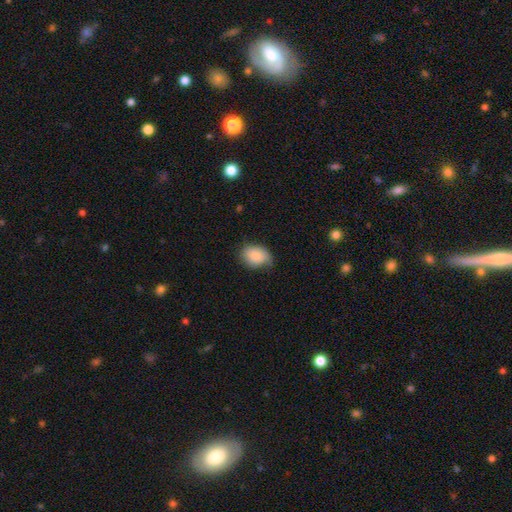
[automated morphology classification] Smooth or featured?
  - smooth: 85% *
  - featured or disk: 9%
  - star or artifact: 7%
How rounded?
  - in between: 64% *
  - round: 35%
  - cigar-shaped: 1%
Merging?
  - none: 53% *
  - minor disturbance: 35%
  - major disturbance: 10%
  - merger: 2%